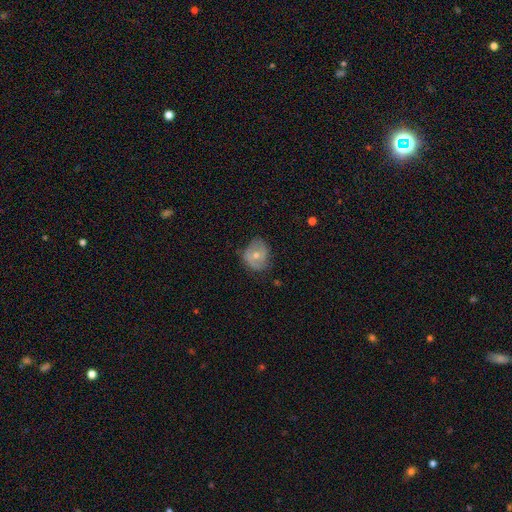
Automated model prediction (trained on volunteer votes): Morphology: type=smooth (47%); merging=none (60%).